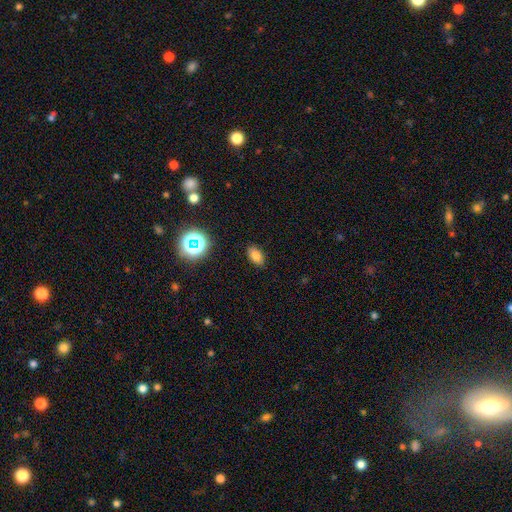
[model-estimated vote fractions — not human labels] Q: Smooth or featured?
A: smooth (78%); runner-up: star or artifact (15%)
Q: How rounded?
A: in between (89%); runner-up: round (9%)
Q: Merging?
A: none (87%); runner-up: minor disturbance (9%)